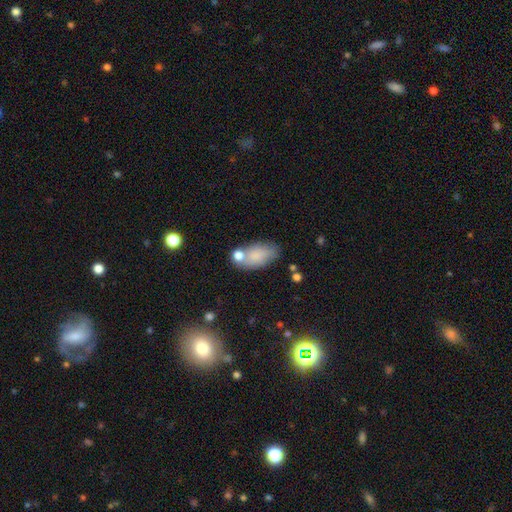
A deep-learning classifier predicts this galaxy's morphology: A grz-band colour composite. It shows a smooth galaxy with no disk features (79%) that is in between round and cigar-shaped (91%). Merging: none (56%).